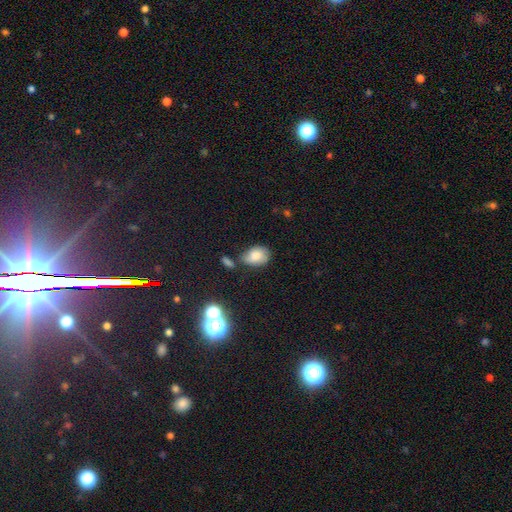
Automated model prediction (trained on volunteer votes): Q: Smooth or featured?
A: smooth (72%); runner-up: featured or disk (16%)
Q: How rounded?
A: in between (75%); runner-up: round (23%)
Q: Merging?
A: none (48%); runner-up: minor disturbance (30%)